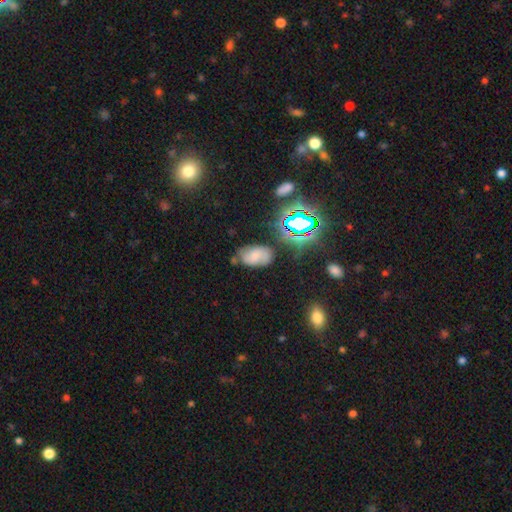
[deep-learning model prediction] Smooth or featured? Predicted: smooth (p=0.47). Merging? Predicted: none (p=0.65).